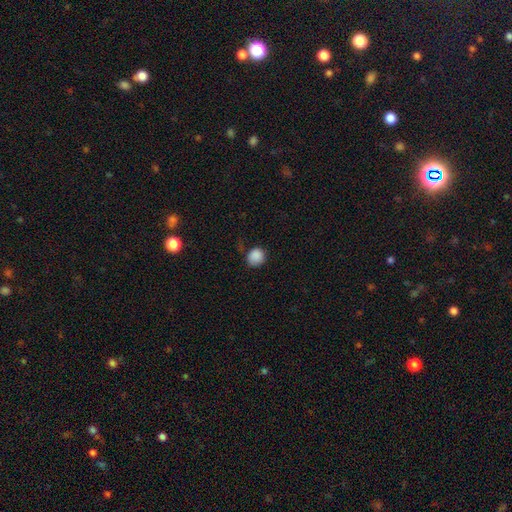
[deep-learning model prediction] smooth-or-featured: smooth: 87% | star or artifact: 10% | featured or disk: 3%
  how-rounded: round: 83% | in between: 16% | cigar-shaped: 1%
  merging: none: 73% | minor disturbance: 20% | major disturbance: 5% | merger: 2%